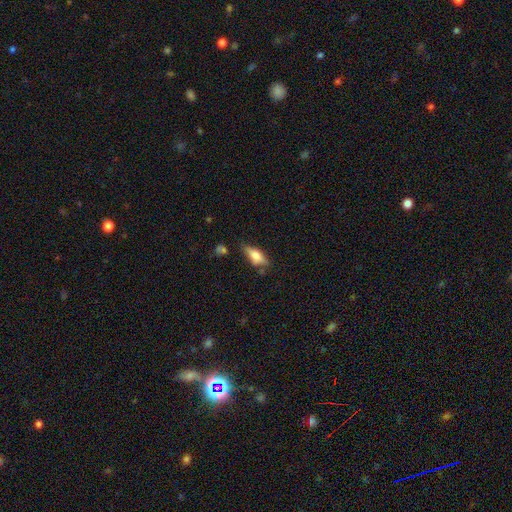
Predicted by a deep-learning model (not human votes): This appears to be a smooth galaxy with no disk features (61%) that is in between round and cigar-shaped (69%). Merging: none (63%).